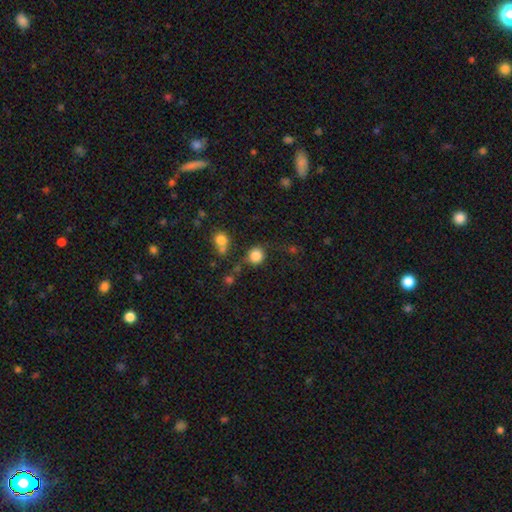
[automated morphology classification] Smooth or featured?
  - smooth: 84% *
  - star or artifact: 12%
  - featured or disk: 5%
How rounded?
  - round: 88% *
  - in between: 10%
  - cigar-shaped: 1%
Merging?
  - none: 74% *
  - minor disturbance: 13%
  - merger: 8%
  - major disturbance: 6%